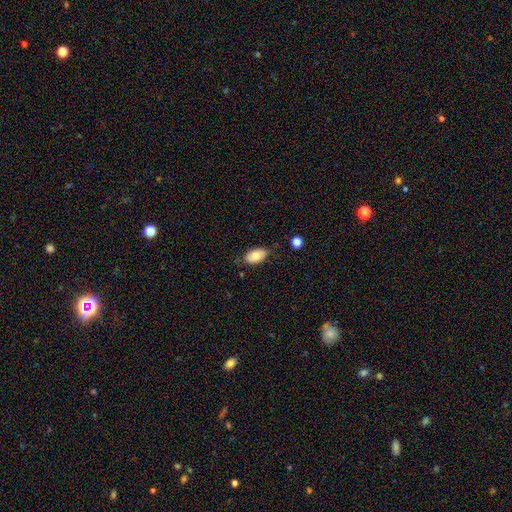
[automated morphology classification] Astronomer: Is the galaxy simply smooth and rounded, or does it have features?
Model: smooth — 77%.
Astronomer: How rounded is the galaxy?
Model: in between — 94%.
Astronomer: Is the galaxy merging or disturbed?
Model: none — 81%.